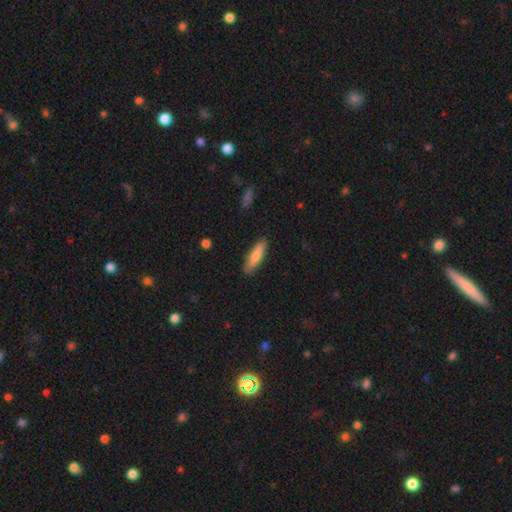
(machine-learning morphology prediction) smooth_or_featured: smooth (p=0.73) [alt: featured or disk p=0.21]
how_rounded: cigar-shaped (p=0.65) [alt: in between p=0.33]
merging: none (p=0.86) [alt: minor disturbance p=0.11]